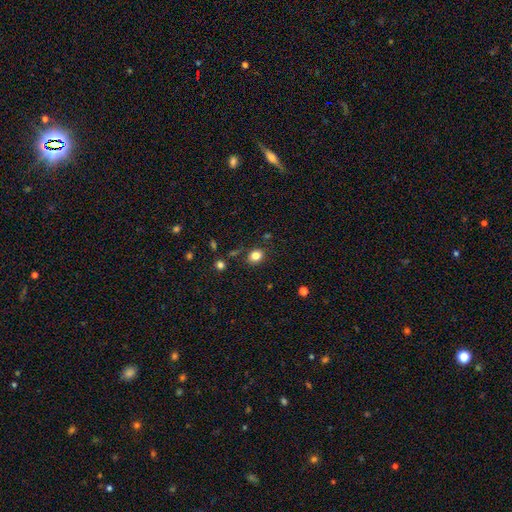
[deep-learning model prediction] This appears to be a smooth galaxy with no disk features (82%) that is round (65%). Merging: none (83%).